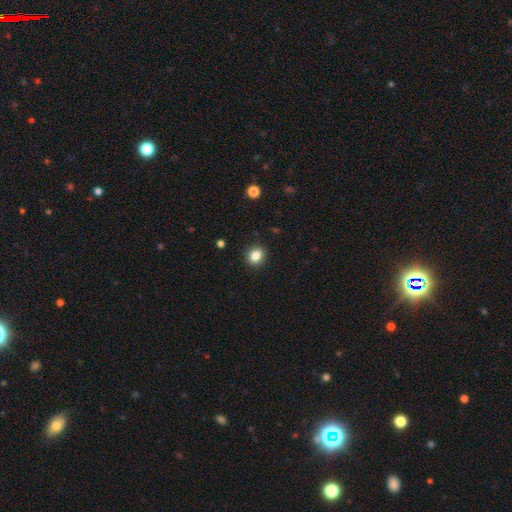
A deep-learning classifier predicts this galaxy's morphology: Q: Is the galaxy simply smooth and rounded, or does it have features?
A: smooth — 84%.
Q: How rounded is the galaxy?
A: round — 66%.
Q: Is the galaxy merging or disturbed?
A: none — 90%.